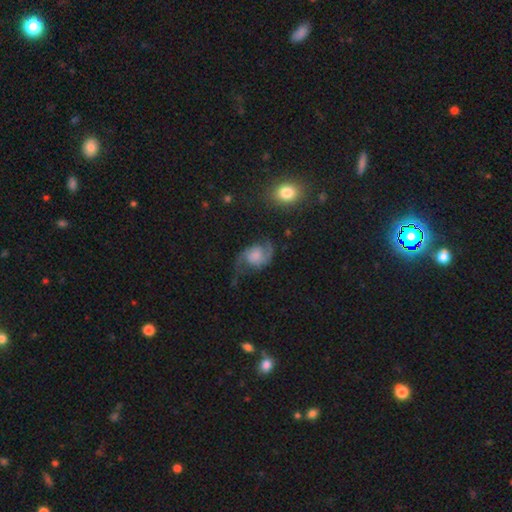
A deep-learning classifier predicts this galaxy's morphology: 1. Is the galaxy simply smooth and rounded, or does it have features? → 81% featured or disk, 12% smooth, 7% star or artifact.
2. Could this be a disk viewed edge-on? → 98% no, 2% yes.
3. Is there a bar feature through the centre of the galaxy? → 67% no, 28% weak, 5% strong.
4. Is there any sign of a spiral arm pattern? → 96% yes, 4% no.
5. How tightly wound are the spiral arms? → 51% loose, 38% medium, 11% tight.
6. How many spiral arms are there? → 91% 2, 3% 1, 2% can't tell, 1% 3, 1% 4, 1% more than 4.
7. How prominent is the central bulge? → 28% moderate, 24% small, 22% none, 21% large, 5% dominant.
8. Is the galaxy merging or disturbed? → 60% none, 21% minor disturbance, 17% major disturbance, 3% merger.